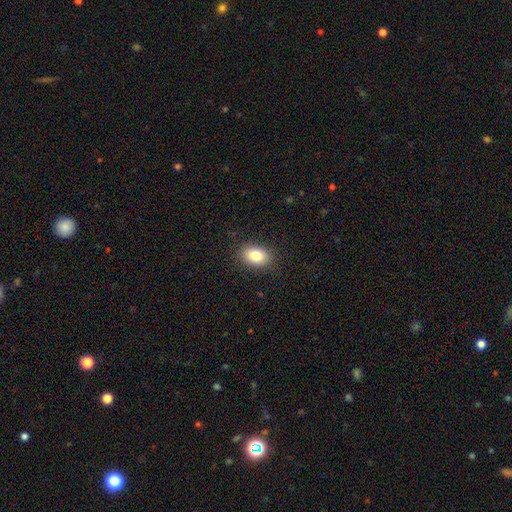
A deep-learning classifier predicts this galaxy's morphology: This appears to be a smooth galaxy with no disk features (83%) that is in between round and cigar-shaped (83%). Merging: none (87%).